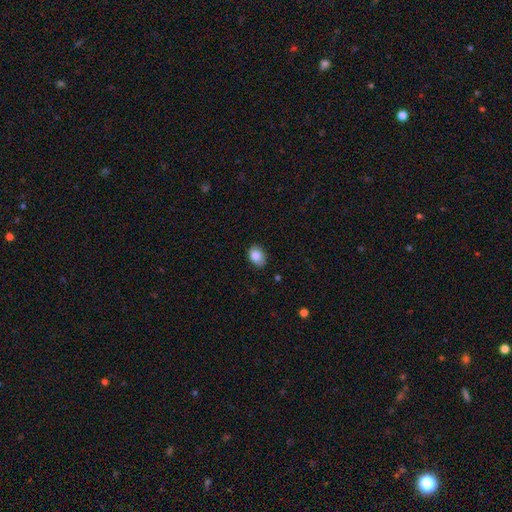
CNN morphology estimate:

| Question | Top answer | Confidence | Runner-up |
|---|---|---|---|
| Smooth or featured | smooth | 85% | star or artifact (8%) |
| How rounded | in between | 76% | round (23%) |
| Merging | none | 80% | minor disturbance (16%) |